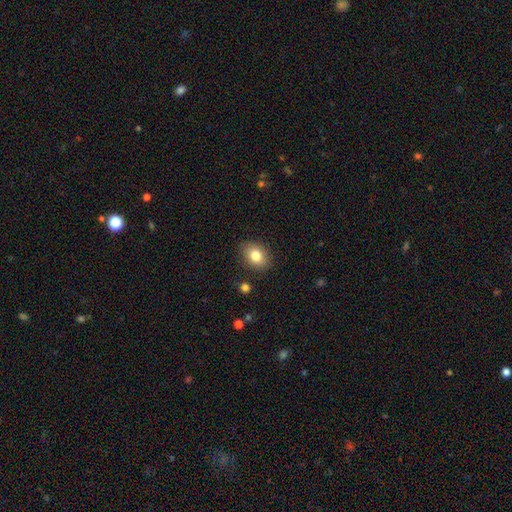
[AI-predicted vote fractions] Morphology: type=smooth (81%); roundness=in between (68%); merging=none (86%).